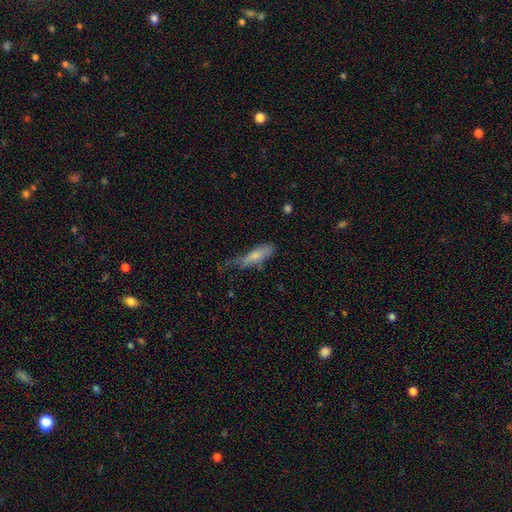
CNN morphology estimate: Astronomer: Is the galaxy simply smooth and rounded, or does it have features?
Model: smooth — 64%.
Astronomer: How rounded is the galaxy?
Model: cigar-shaped — 58% (runner-up: in between, 39%).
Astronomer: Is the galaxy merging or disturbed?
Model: none — 38% (runner-up: minor disturbance, 37%).